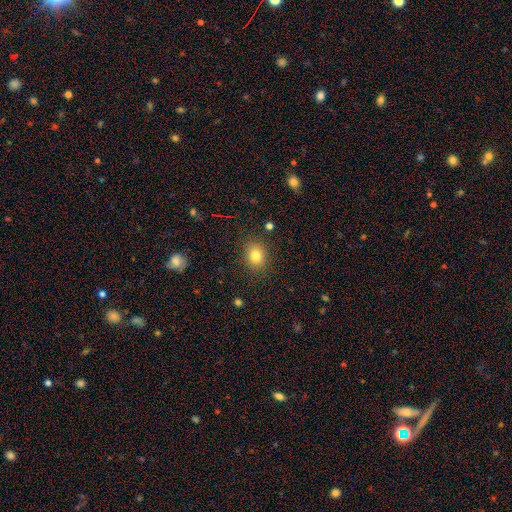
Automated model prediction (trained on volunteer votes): A smooth galaxy with no disk features (80%) that is round (55%). Merging: none (86%).